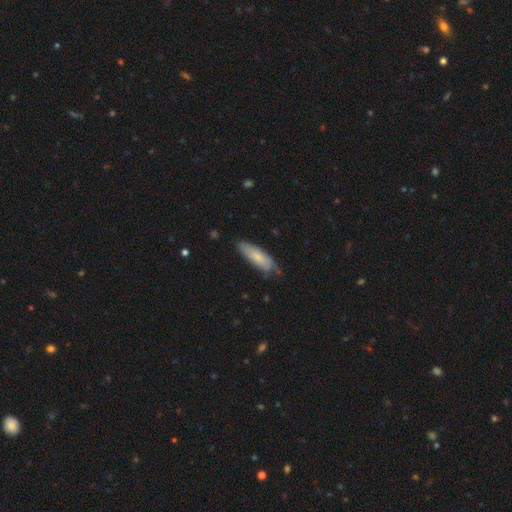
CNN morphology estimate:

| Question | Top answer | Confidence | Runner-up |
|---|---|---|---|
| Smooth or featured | smooth | 69% | featured or disk (25%) |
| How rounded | in between | 55% | cigar-shaped (43%) |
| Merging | none | 62% | minor disturbance (30%) |